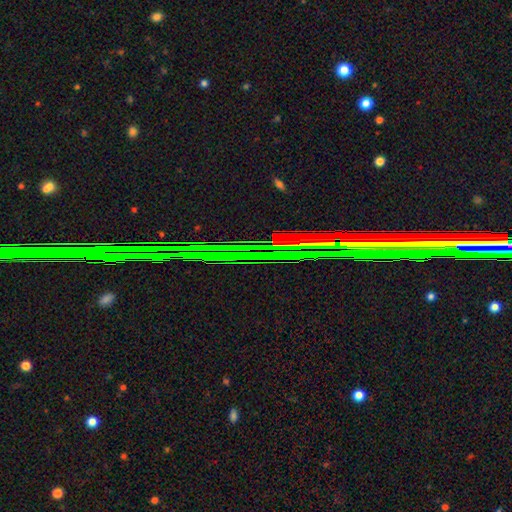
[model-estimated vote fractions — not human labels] This appears to be a star or artifact, not a galaxy (80%).